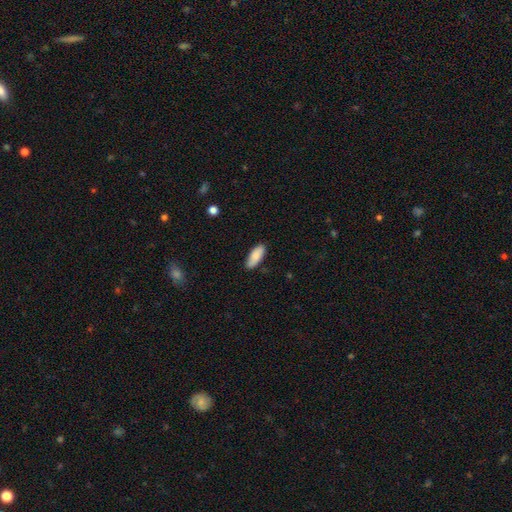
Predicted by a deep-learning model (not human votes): Morphology: type=smooth (87%); roundness=in between (75%); merging=none (86%).